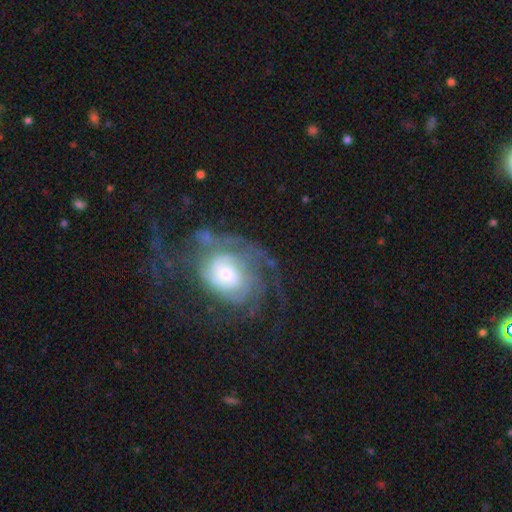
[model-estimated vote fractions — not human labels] This appears to be a featured or disk galaxy (82%) with no bar (70%), tight (53%) spiral arms (92%) and a moderate central bulge (47%). Merging: none (52%).